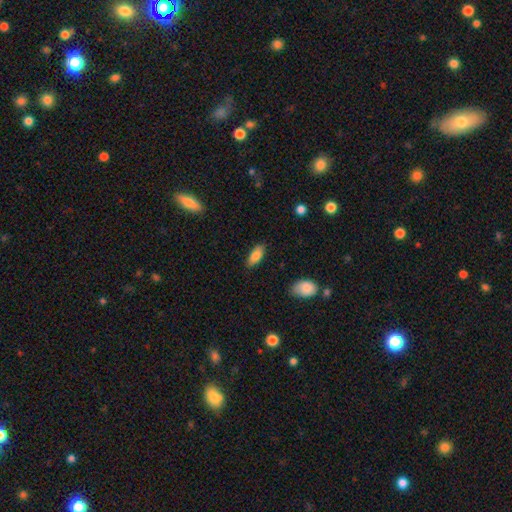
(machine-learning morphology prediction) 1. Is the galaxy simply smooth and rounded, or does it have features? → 82% smooth, 11% featured or disk, 7% star or artifact.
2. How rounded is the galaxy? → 80% in between, 18% cigar-shaped, 2% round.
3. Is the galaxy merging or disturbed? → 84% none, 12% minor disturbance, 3% major disturbance, 1% merger.